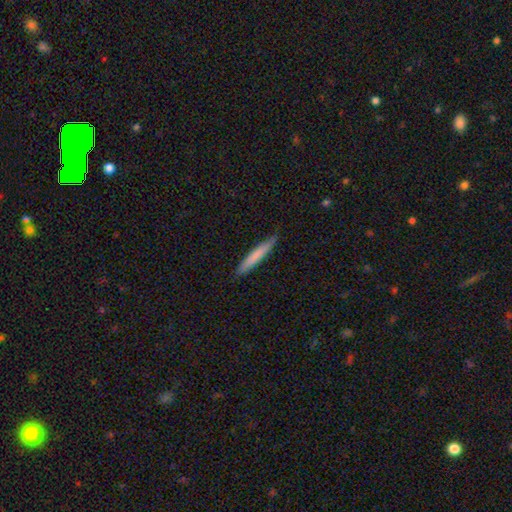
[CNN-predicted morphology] type=smooth (75%); roundness=cigar-shaped (95%); merging=none (84%).